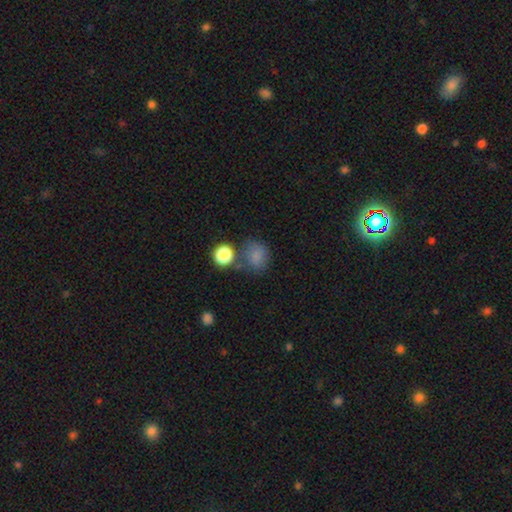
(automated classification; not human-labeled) This is likely a smooth galaxy (78%). How rounded: likely round (71%). Merging: likely none (62%).